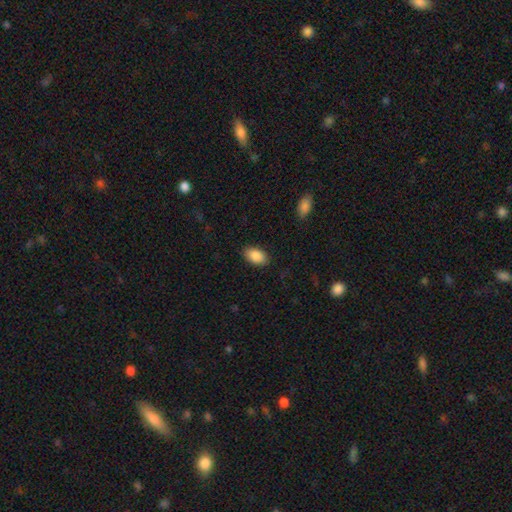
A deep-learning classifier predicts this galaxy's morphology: This is clearly a smooth galaxy (89%). How rounded: clearly in between (93%). Merging: clearly none (88%).